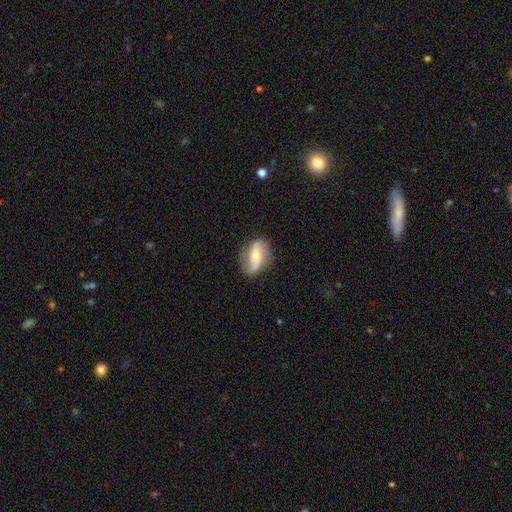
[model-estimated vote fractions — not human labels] This is likely a featured or disk galaxy (70%). It is clearly not viewed edge-on (94%). Bar: possibly no (48%). Spiral arm pattern: clearly yes (89%). Spiral arm count: clearly 2 (88%). Spiral winding: likely loose (65%). Central bulge: possibly moderate (56%). Merging: likely none (77%).